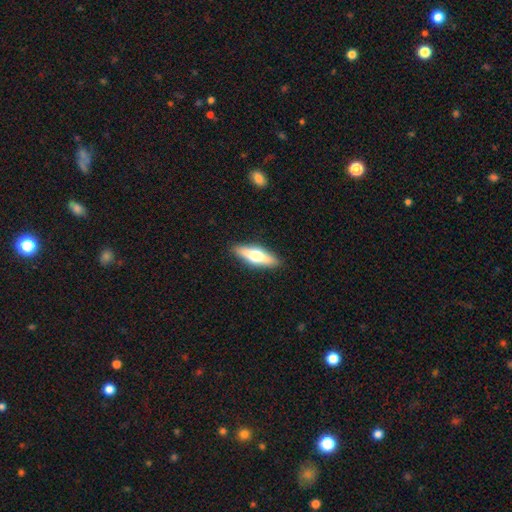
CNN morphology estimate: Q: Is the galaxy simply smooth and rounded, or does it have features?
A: smooth — 51%.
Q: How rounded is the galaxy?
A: cigar-shaped — 52%.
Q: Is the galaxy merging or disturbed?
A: none — 89%.